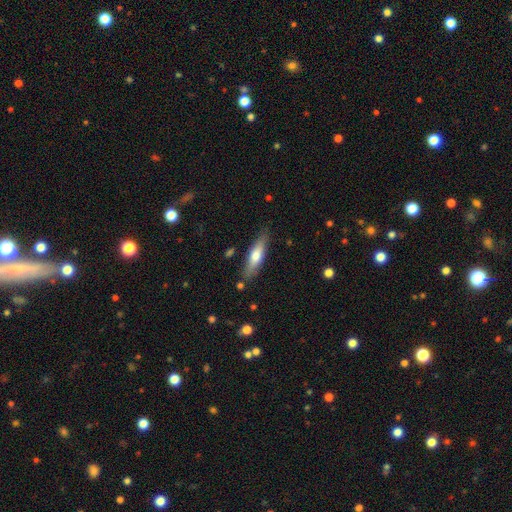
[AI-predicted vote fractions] A smooth galaxy with no disk features (59%) that is cigar-shaped (64%). Merging: none (81%).